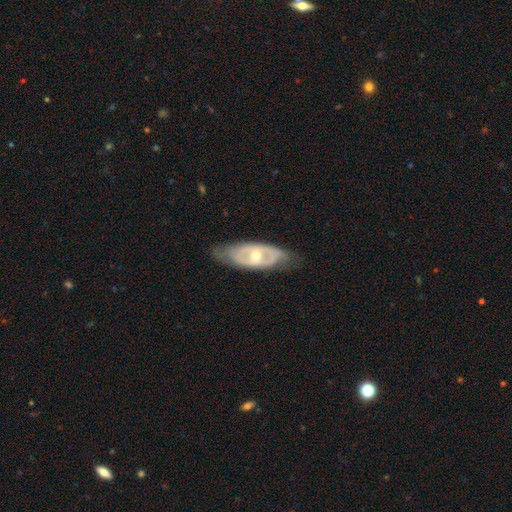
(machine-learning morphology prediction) type=featured or disk (71%); edge-on=no (84%); bar=no (65%); spiral arms=no (54%); bulge=moderate (59%); merging=none (69%).